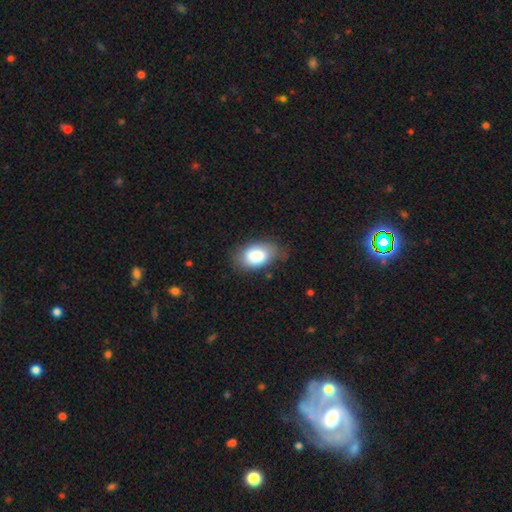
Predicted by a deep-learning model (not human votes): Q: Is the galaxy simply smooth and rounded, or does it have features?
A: smooth — 80%.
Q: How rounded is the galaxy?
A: in between — 90%.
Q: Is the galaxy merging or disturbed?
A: none — 67%.